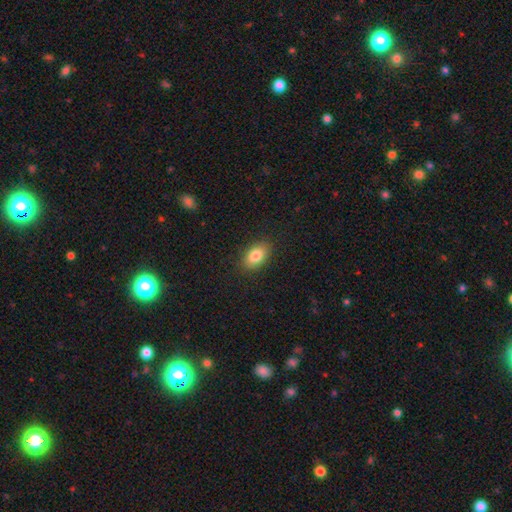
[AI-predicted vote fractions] The model was most divided on "smooth or featured": smooth: 83%, featured or disk: 9%, star or artifact: 8%. More confident: how rounded — in between (89%); merging — none (88%).